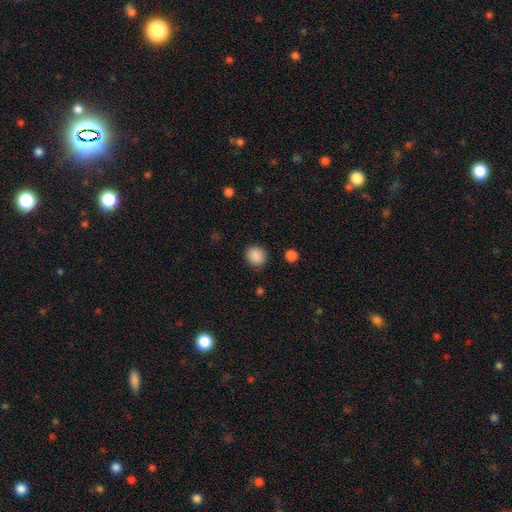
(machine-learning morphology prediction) Overall: smooth (88%). How rounded: round (83%). Merging: none (88%).